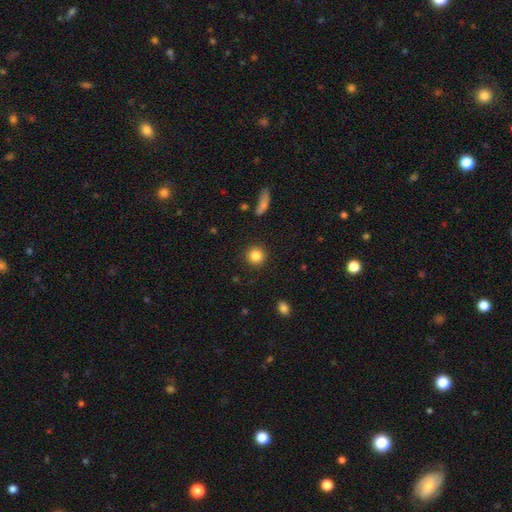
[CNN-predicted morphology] This appears to be a smooth galaxy with no disk features (85%) that is round (92%). Merging: none (90%).